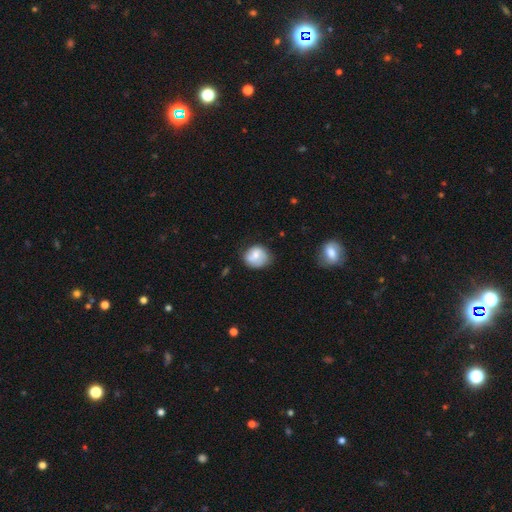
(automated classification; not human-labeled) This is likely a smooth galaxy (62%). How rounded: likely round (67%). Merging: likely none (61%).